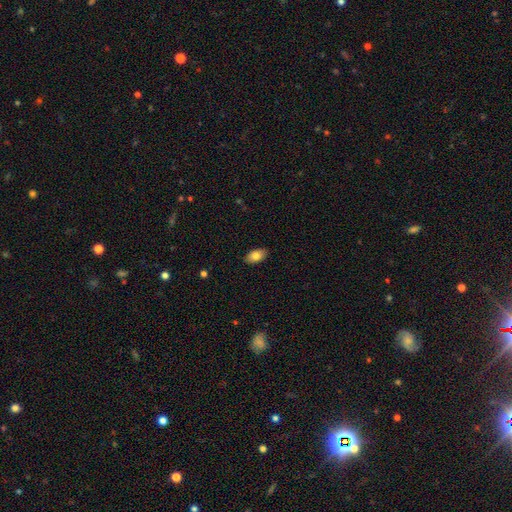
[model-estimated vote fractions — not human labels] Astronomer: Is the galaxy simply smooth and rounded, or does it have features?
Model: smooth — 82%.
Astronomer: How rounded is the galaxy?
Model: in between — 94%.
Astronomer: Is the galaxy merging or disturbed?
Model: none — 88%.